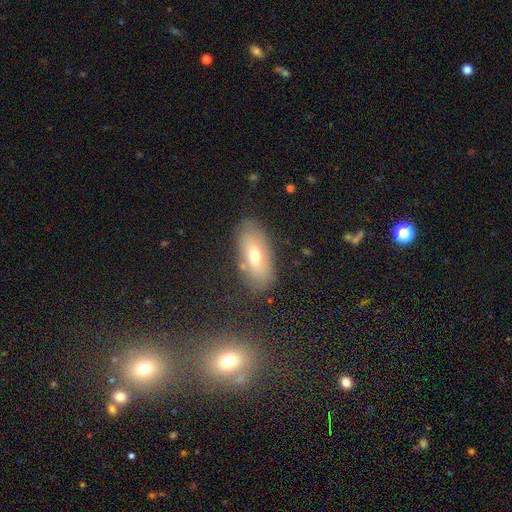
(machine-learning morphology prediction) This appears to be a smooth galaxy with no disk features (59%) that is in between round and cigar-shaped (85%). Merging: none (78%).